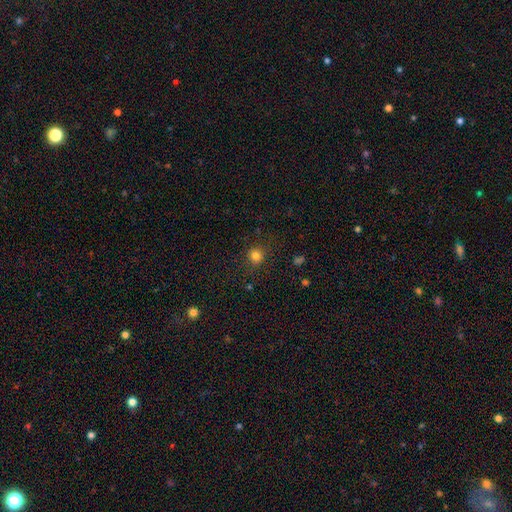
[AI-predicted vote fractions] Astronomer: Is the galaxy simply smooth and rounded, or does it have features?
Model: smooth — 81%.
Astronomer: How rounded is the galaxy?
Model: round — 88%.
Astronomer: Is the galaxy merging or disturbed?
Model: none — 86%.